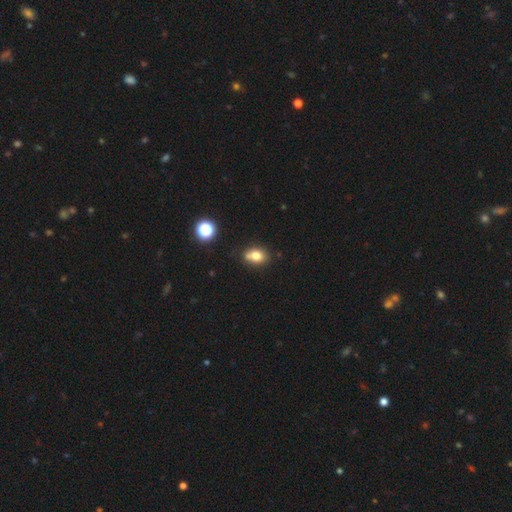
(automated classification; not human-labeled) Smooth or featured?
  - smooth: 77% *
  - star or artifact: 12%
  - featured or disk: 11%
How rounded?
  - in between: 64% *
  - round: 35%
  - cigar-shaped: 1%
Merging?
  - none: 63% *
  - merger: 17%
  - minor disturbance: 17%
  - major disturbance: 4%